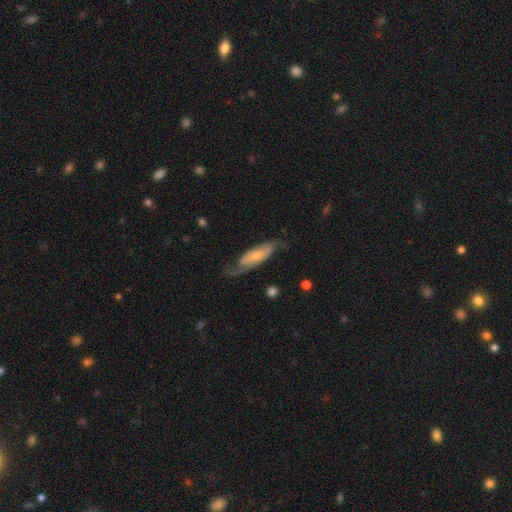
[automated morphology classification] Smooth or featured?
  - featured or disk: 61% *
  - smooth: 33%
  - star or artifact: 6%
Edge-on disk?
  - no: 80% *
  - yes: 20%
Merging?
  - none: 56% *
  - minor disturbance: 25%
  - major disturbance: 17%
  - merger: 2%